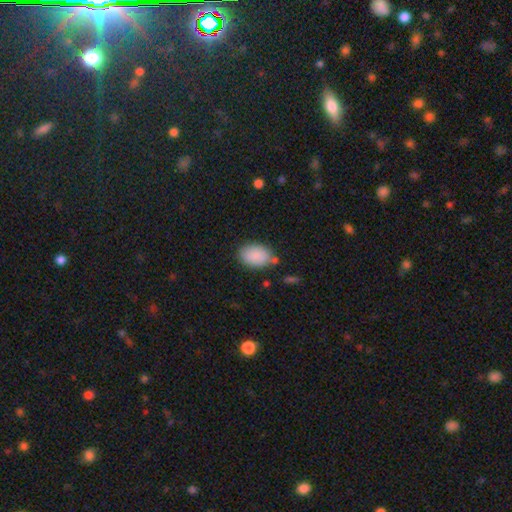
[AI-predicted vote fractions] This is clearly a smooth galaxy (88%). How rounded: clearly in between (88%). Merging: likely none (74%).